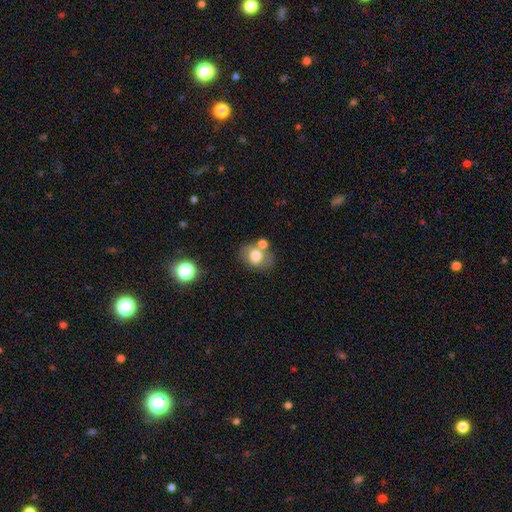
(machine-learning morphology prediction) smooth_or_featured: smooth (p=0.73) [alt: featured or disk p=0.17]
how_rounded: round (p=0.53) [alt: in between p=0.46]
merging: none (p=0.57) [alt: merger p=0.22]